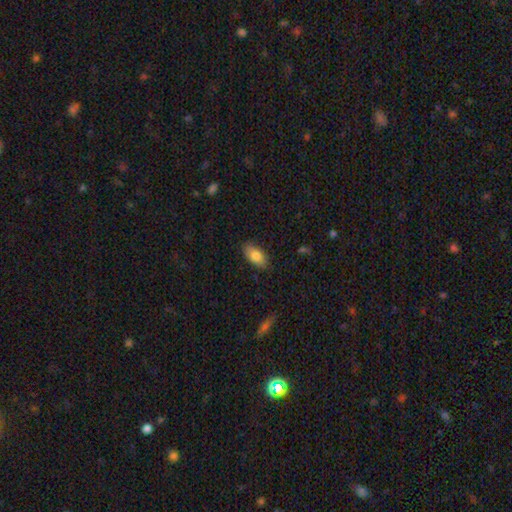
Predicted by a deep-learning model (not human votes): A smooth galaxy with no disk features (83%) that is in between round and cigar-shaped (92%). Merging: none (85%).